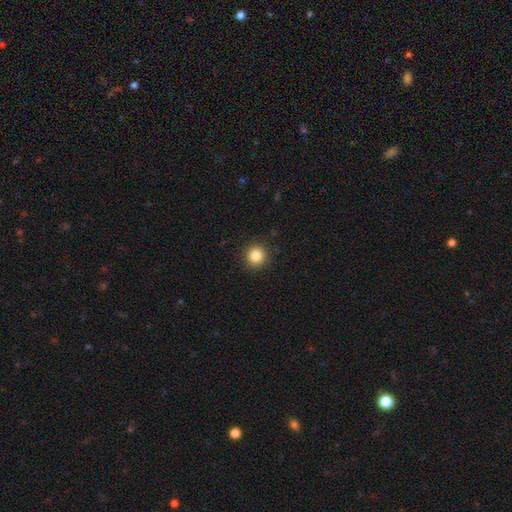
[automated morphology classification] Smooth or featured? smooth (84%)
How rounded? round (93%)
Merging? none (92%)